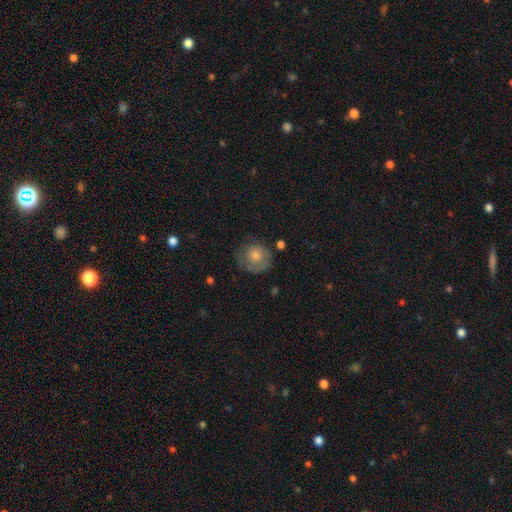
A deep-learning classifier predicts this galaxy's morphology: Q: Smooth or featured?
A: smooth (71%); runner-up: featured or disk (21%)
Q: How rounded?
A: round (86%); runner-up: in between (13%)
Q: Merging?
A: none (60%); runner-up: minor disturbance (25%)